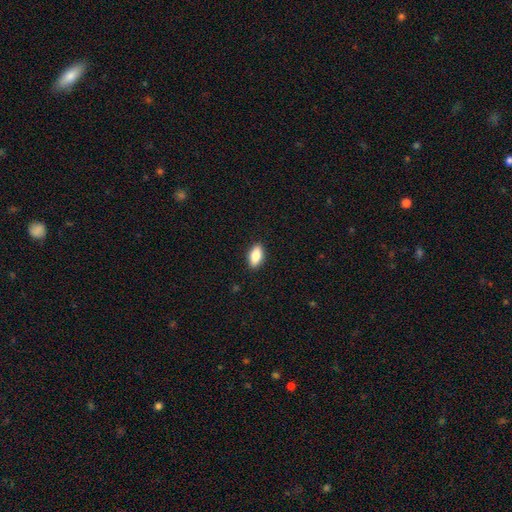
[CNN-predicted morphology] Overall: smooth (84%). How rounded: in between (90%). Merging: none (90%).